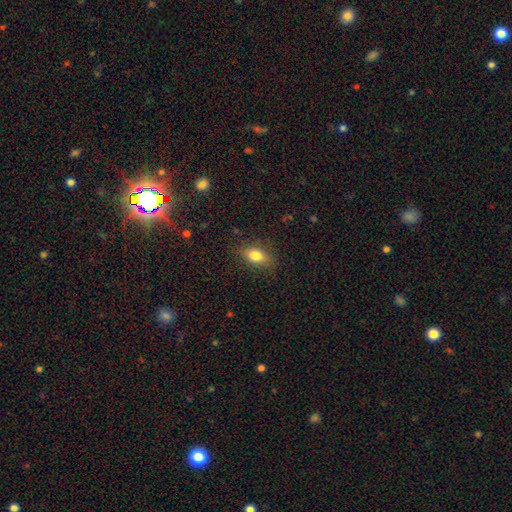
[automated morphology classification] Smooth or featured: smooth — 80% (featured or disk — 11%)
How rounded: in between — 81% (round — 11%)
Merging: none — 83% (minor disturbance — 12%)